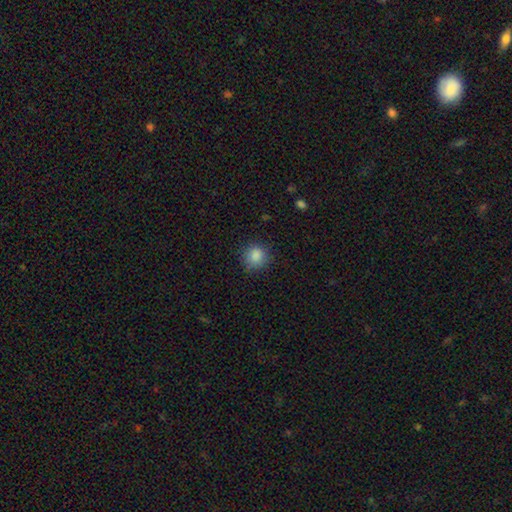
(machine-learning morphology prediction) Smooth or featured?
  - smooth: 87% *
  - star or artifact: 10%
  - featured or disk: 4%
How rounded?
  - round: 90% *
  - in between: 9%
  - cigar-shaped: 1%
Merging?
  - none: 85% *
  - minor disturbance: 11%
  - major disturbance: 3%
  - merger: 1%